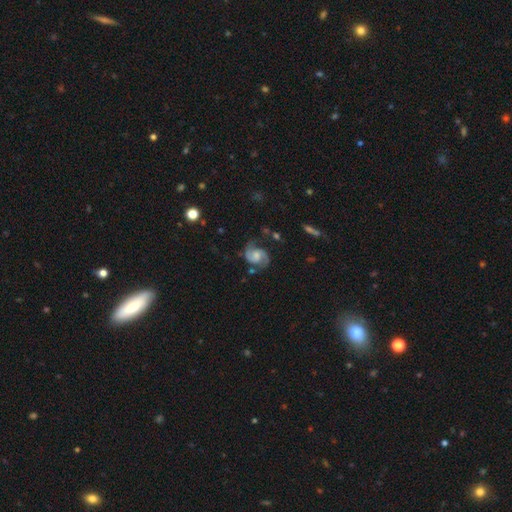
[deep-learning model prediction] This is clearly a featured or disk galaxy (87%). It is clearly not viewed edge-on (98%). Bar: possibly no (59%). Spiral arm pattern: clearly yes (98%). Spiral arm count: clearly 2 (93%). Spiral winding: possibly medium (56%). Central bulge: possibly moderate (46%). Merging: likely none (74%).